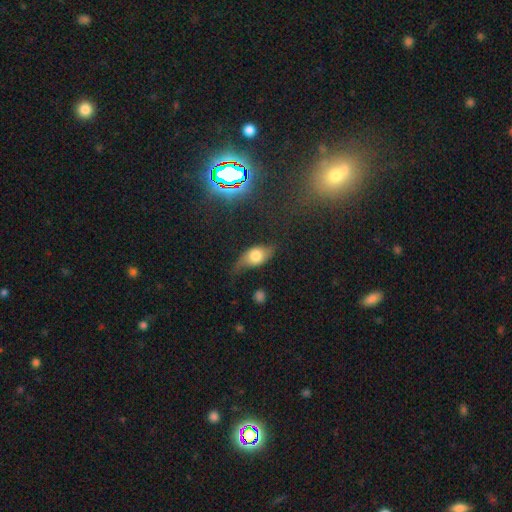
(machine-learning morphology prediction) smooth-or-featured: smooth: 59% | featured or disk: 31% | star or artifact: 11%
  how-rounded: in between: 84% | round: 11% | cigar-shaped: 5%
  merging: none: 49% | minor disturbance: 35% | major disturbance: 13% | merger: 3%